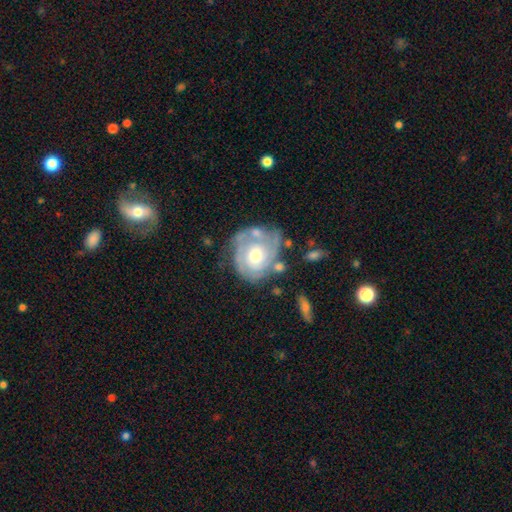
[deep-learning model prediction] Morphology: type=featured or disk (74%); edge-on=no (97%); bar=no (79%); spiral arms=yes (80%); winding=tight (66%); arm count=can't tell (43%); bulge=moderate (70%); merging=none (55%).